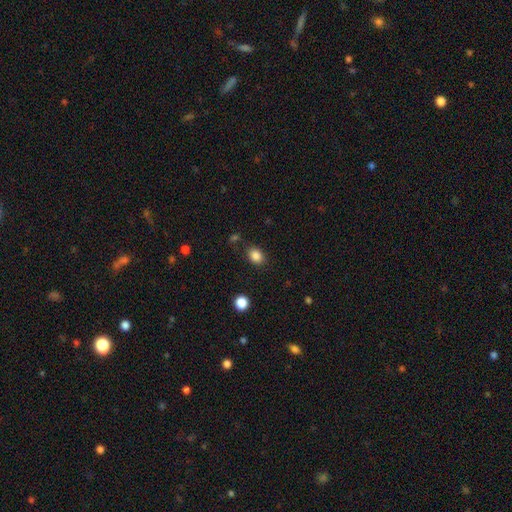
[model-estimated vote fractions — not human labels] A smooth galaxy with no disk features (86%) that is in between round and cigar-shaped (62%). Merging: none (81%).